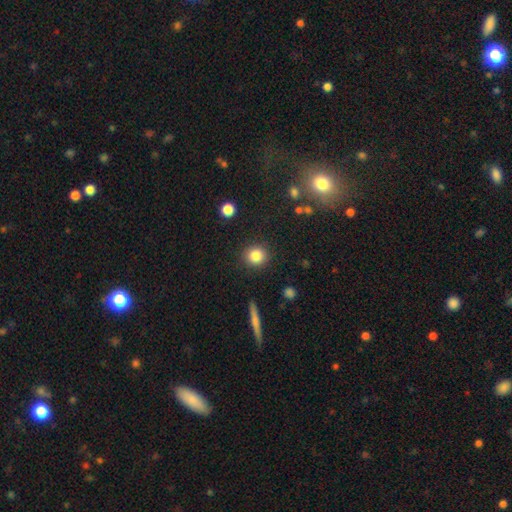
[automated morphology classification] Smooth or featured? Predicted: smooth (p=0.84). How rounded? Predicted: round (p=0.86). Merging? Predicted: none (p=0.90).